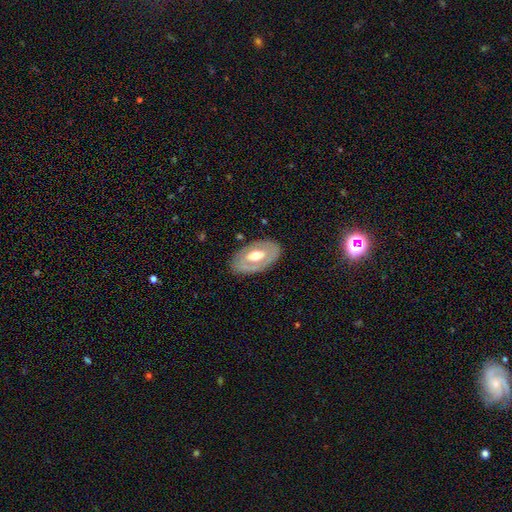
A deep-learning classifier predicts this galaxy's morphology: This appears to be a featured or disk galaxy (57%) with no bar (65%), no spiral arms (82%) and a moderate central bulge (67%). Merging: none (81%).